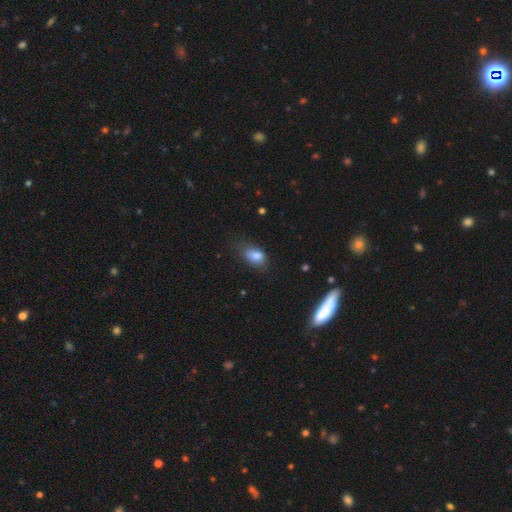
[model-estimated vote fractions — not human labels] smooth_or_featured: smooth (p=0.82) [alt: star or artifact p=0.09]
how_rounded: in between (p=0.85) [alt: round p=0.12]
merging: none (p=0.53) [alt: minor disturbance p=0.32]